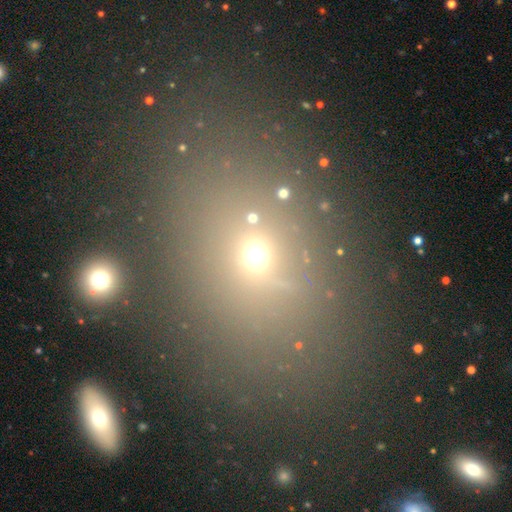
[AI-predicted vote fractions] This appears to be a smooth galaxy with no disk features (56%) that is in between round and cigar-shaped (63%). Merging: none (74%).